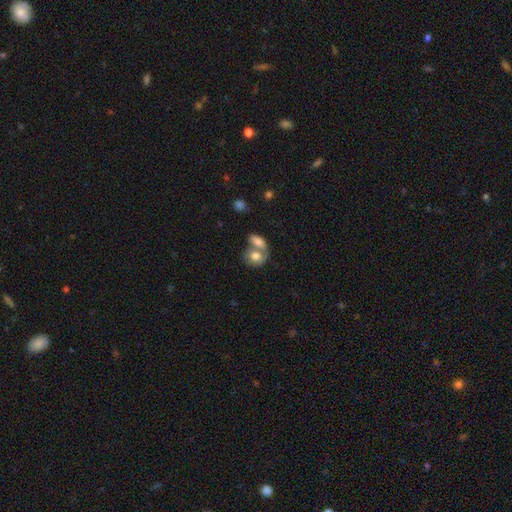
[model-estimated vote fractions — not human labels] Q: Smooth or featured?
A: smooth (75%); runner-up: featured or disk (19%)
Q: How rounded?
A: in between (59%); runner-up: round (39%)
Q: Merging?
A: merger (63%); runner-up: none (25%)